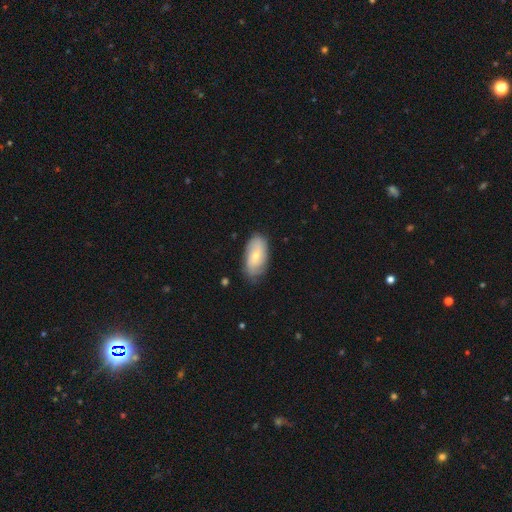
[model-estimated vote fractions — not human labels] Morphology: type=smooth (57%); roundness=in between (92%); merging=none (74%).